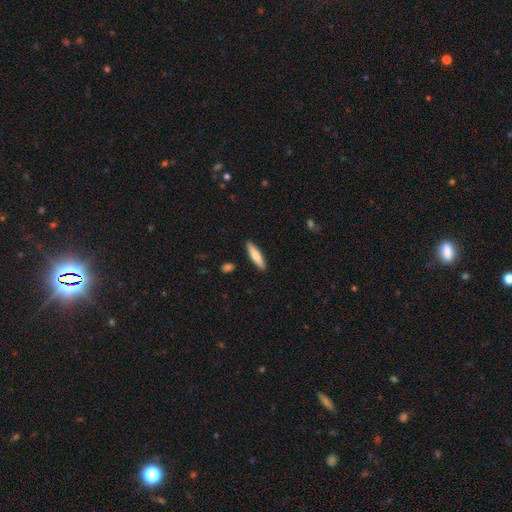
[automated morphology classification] This is likely a smooth galaxy (72%). How rounded: likely cigar-shaped (76%). Merging: clearly none (90%).